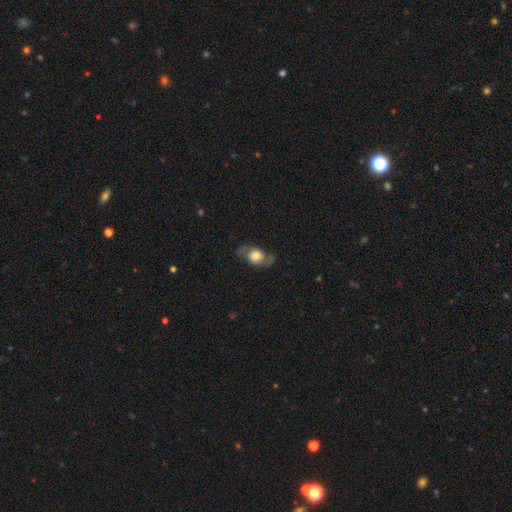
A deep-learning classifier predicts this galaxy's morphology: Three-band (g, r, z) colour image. It shows a smooth galaxy with no disk features (47%). Merging: none (68%).